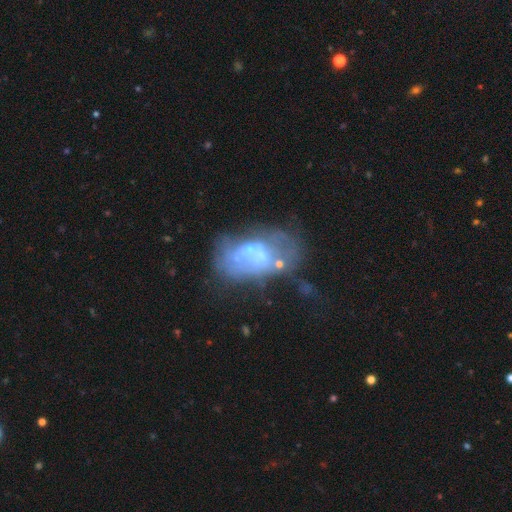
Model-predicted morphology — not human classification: Smooth or featured?
  - featured or disk: 60% *
  - smooth: 27%
  - star or artifact: 12%
Edge-on disk?
  - no: 97% *
  - yes: 3%
Bar?
  - no: 87% *
  - weak: 10%
  - strong: 3%
Spiral arms?
  - no: 87% *
  - yes: 13%
Bulge size?
  - none: 34% * (tied)
  - small: 34% * (tied)
  - moderate: 26%
  - large: 4%
  - dominant: 2%
Merging?
  - merger: 34% *
  - none: 25%
  - major disturbance: 24%
  - minor disturbance: 16%